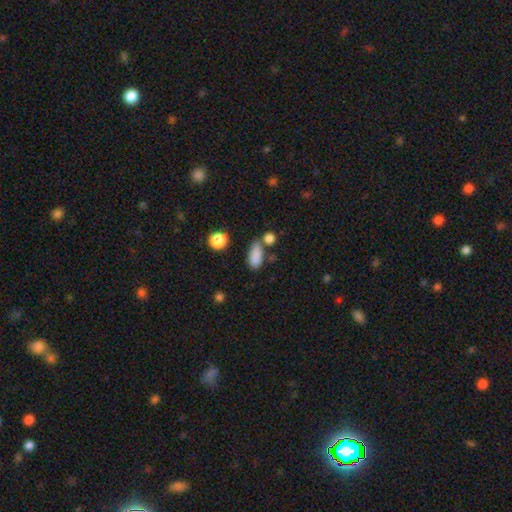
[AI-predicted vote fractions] A smooth galaxy with no disk features (84%) that is in between round and cigar-shaped (82%).

Vote fractions:
- Smooth or featured? smooth: 84% / star or artifact: 11% / featured or disk: 6%
- How rounded? in between: 82% / cigar-shaped: 11% / round: 7%
- Merging? none: 59% / merger: 18% / minor disturbance: 17% / major disturbance: 6%